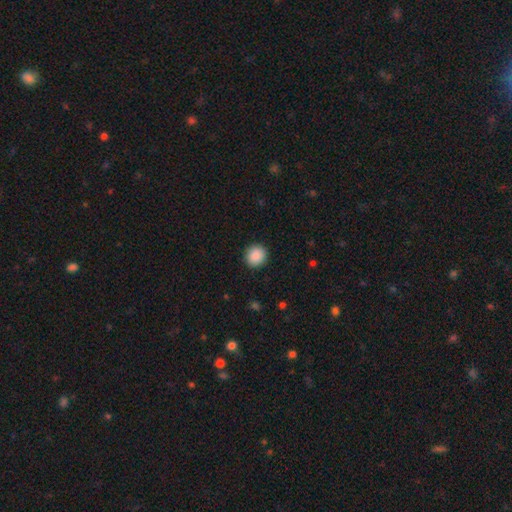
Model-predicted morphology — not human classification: smooth-or-featured: smooth: 89% | star or artifact: 8% | featured or disk: 3%
  how-rounded: round: 89% | in between: 10% | cigar-shaped: 1%
  merging: none: 91% | minor disturbance: 6% | major disturbance: 2% | merger: 1%